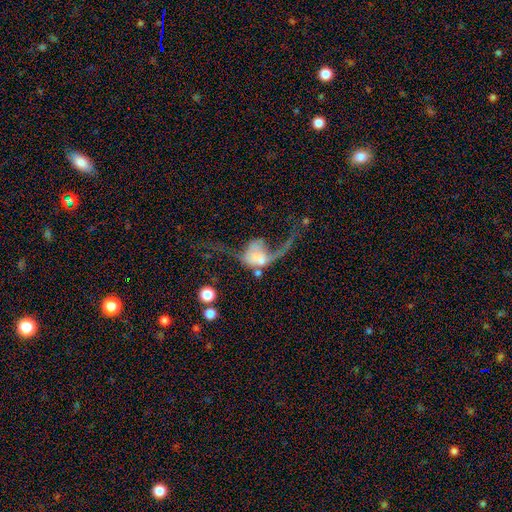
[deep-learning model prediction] Morphology: type=featured or disk (52%); edge-on=no (94%); merging=major disturbance (50%).